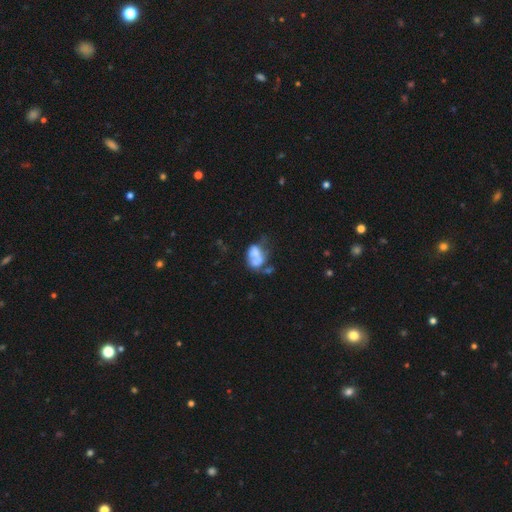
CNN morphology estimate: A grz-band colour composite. It shows a smooth galaxy with no disk features (48%). Merging: merger (39%).